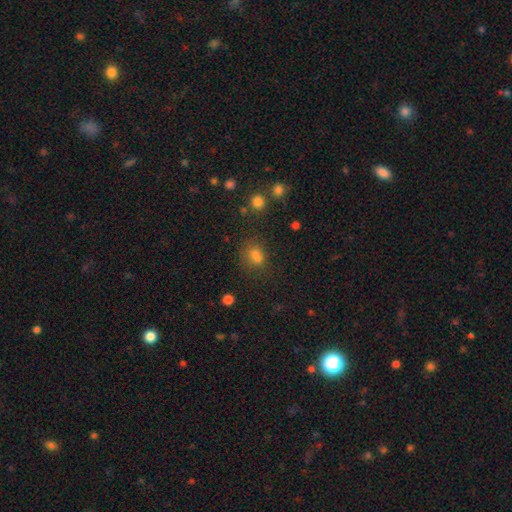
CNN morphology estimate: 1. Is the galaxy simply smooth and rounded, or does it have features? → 65% smooth, 25% star or artifact, 10% featured or disk.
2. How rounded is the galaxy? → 65% round, 33% in between, 1% cigar-shaped.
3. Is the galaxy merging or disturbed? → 52% none, 32% merger, 11% minor disturbance, 5% major disturbance.